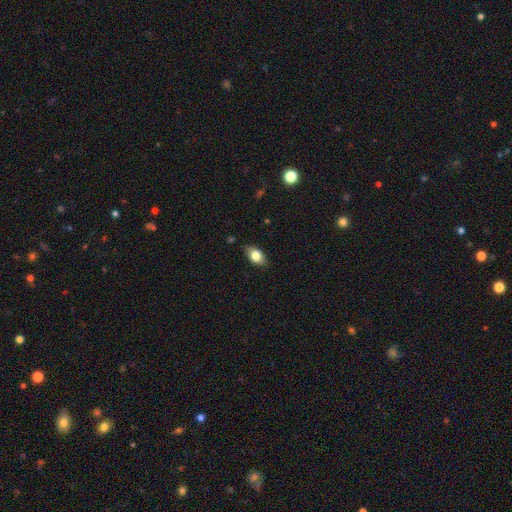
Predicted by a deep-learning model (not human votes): A smooth galaxy with no disk features (79%) that is in between round and cigar-shaped (87%).

Vote fractions:
- Smooth or featured? smooth: 79% / featured or disk: 14% / star or artifact: 8%
- How rounded? in between: 87% / round: 10% / cigar-shaped: 3%
- Merging? none: 82% / minor disturbance: 14% / major disturbance: 3% / merger: 1%